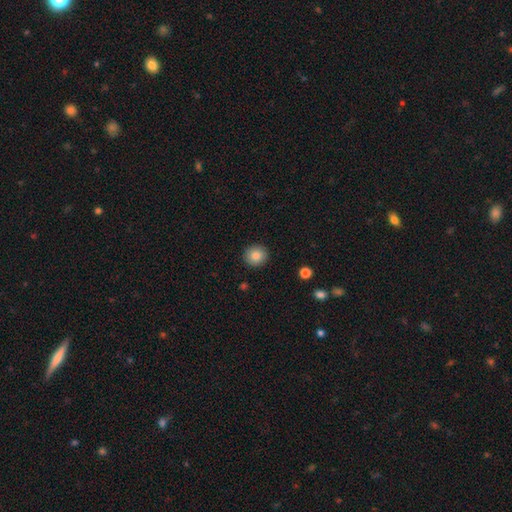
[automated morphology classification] Q: Smooth or featured?
A: smooth (85%); runner-up: star or artifact (9%)
Q: How rounded?
A: round (90%); runner-up: in between (9%)
Q: Merging?
A: none (91%); runner-up: minor disturbance (6%)